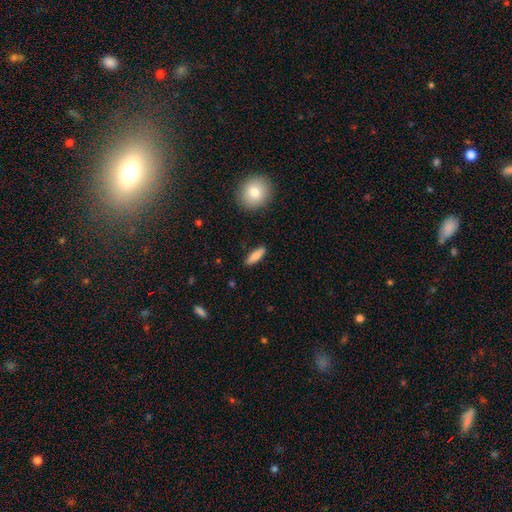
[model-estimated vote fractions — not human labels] The model was most divided on "how rounded" (2-way tie): in between: 49%, cigar-shaped: 49%, round: 2%. More confident: merging — none (88%); smooth or featured — smooth (80%).